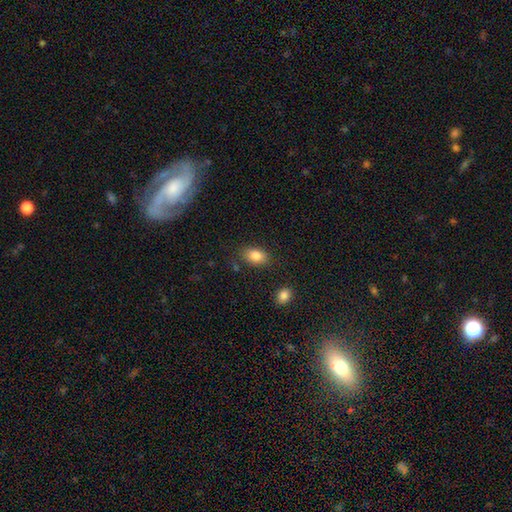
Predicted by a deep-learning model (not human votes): The model was most divided on "merging": none: 81%, minor disturbance: 13%, major disturbance: 3%, merger: 3%. More confident: how rounded — in between (84%); smooth or featured — smooth (84%).